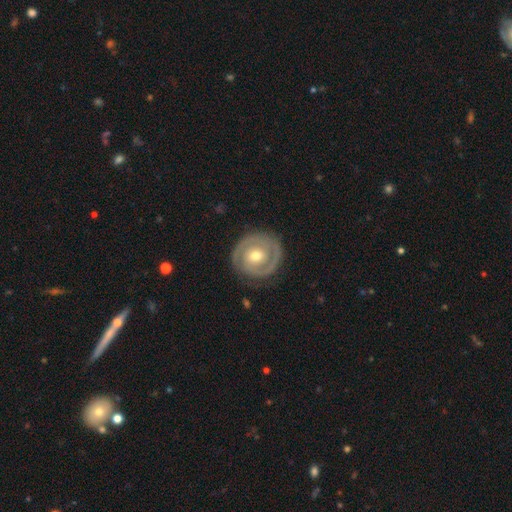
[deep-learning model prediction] The model was most divided on "bar": no: 65%, weak: 26%, strong: 9%. More confident: edge-on disk — no (97%); merging — none (84%); smooth or featured — featured or disk (78%); spiral arms — yes (78%); spiral winding — tight (70%); bulge size — moderate (70%); spiral arm count — 2 (65%).